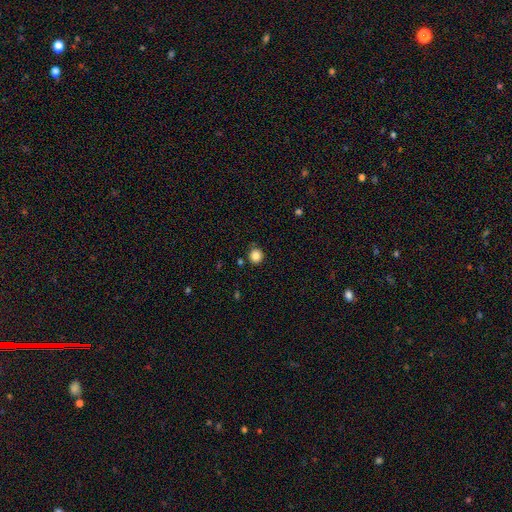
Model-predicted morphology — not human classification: This is clearly a smooth galaxy (85%). How rounded: clearly round (89%). Merging: clearly none (85%).